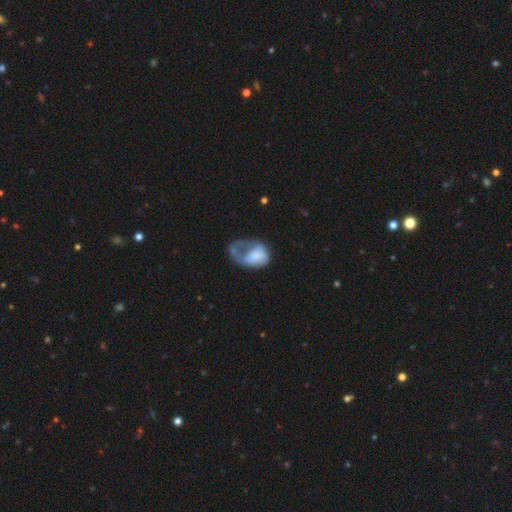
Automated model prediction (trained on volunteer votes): Morphology: type=smooth (55%); roundness=in between (76%); merging=major disturbance (57%).